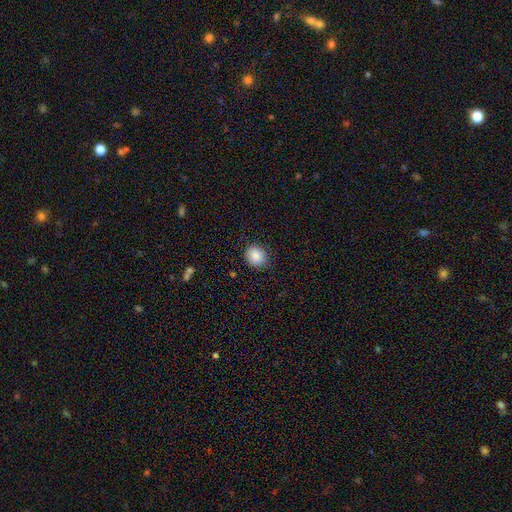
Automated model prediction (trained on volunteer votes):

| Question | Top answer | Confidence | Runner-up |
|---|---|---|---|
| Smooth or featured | smooth | 86% | star or artifact (9%) |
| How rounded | round | 70% | in between (29%) |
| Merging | none | 85% | minor disturbance (11%) |